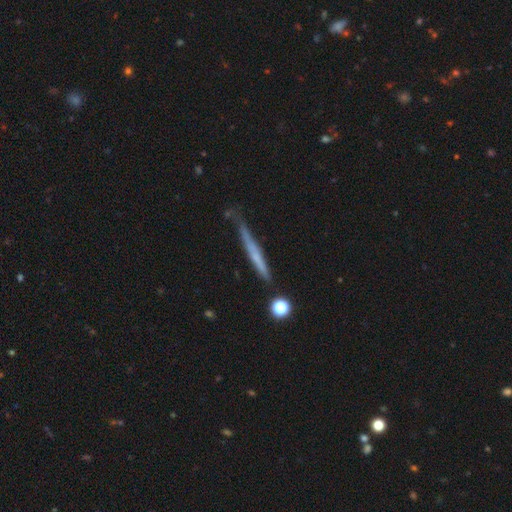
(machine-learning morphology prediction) smooth-or-featured: featured or disk: 46% (tied) | smooth: 46% (tied) | star or artifact: 8%
  merging: none: 67% | minor disturbance: 24% | major disturbance: 6% | merger: 4%